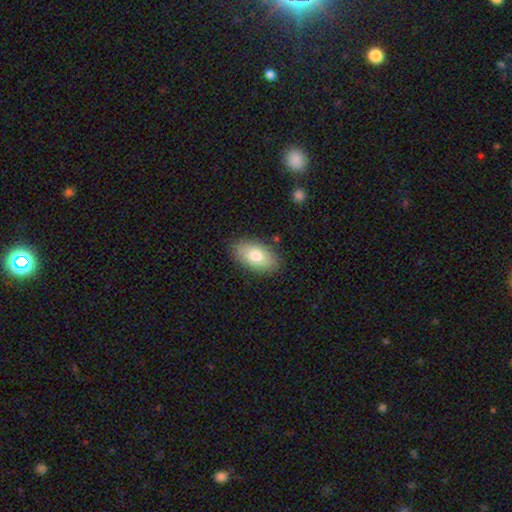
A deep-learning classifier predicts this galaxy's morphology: Overall: smooth (77%). How rounded: in between (93%). Merging: none (86%).